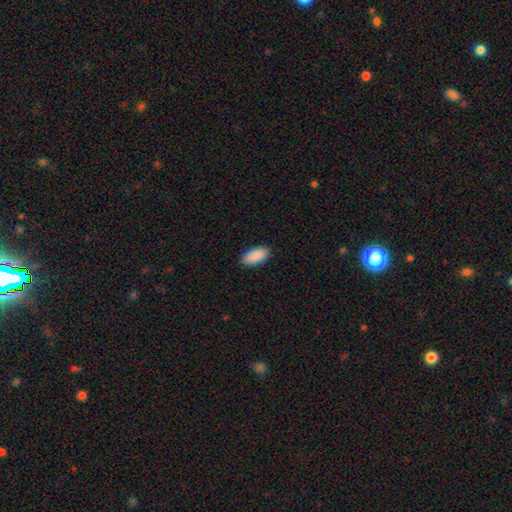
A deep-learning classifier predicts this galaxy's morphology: A smooth galaxy with no disk features (91%) that is in between round and cigar-shaped (94%). Merging: none (89%).